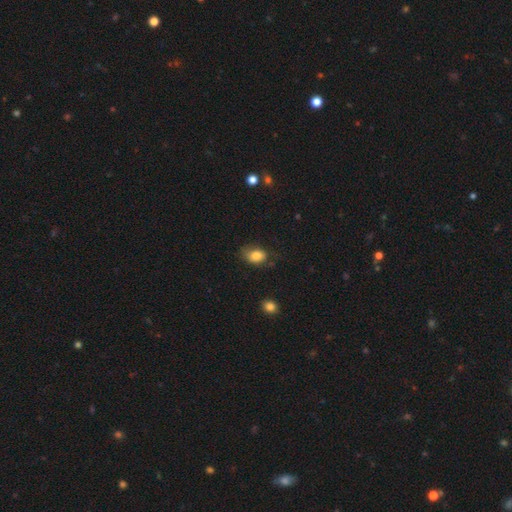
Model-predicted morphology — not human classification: A smooth galaxy with no disk features (82%) that is in between round and cigar-shaped (78%).

Vote fractions:
- Smooth or featured? smooth: 82% / featured or disk: 9% / star or artifact: 8%
- How rounded? in between: 78% / round: 21% / cigar-shaped: 1%
- Merging? none: 54% / minor disturbance: 32% / major disturbance: 12% / merger: 2%